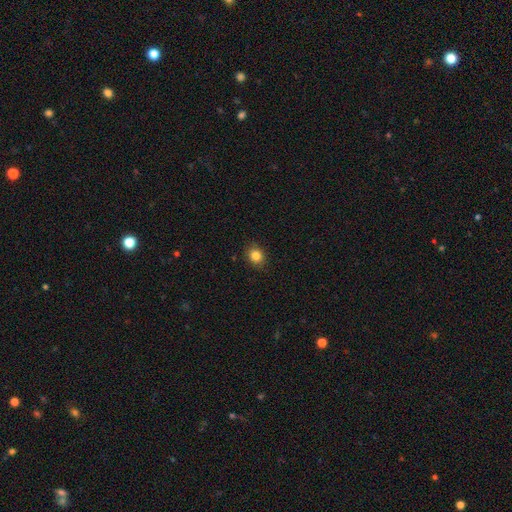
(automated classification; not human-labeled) Morphology: type=smooth (85%); roundness=round (65%); merging=none (88%).